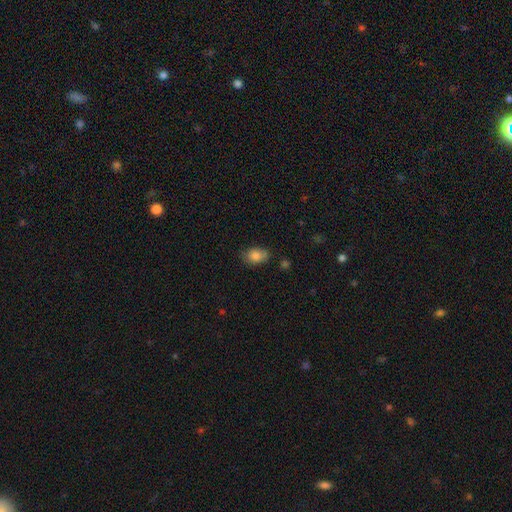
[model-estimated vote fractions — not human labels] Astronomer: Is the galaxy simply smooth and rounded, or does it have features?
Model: smooth — 85%.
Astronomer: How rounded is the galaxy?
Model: in between — 84%.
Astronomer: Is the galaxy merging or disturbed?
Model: none — 76%.